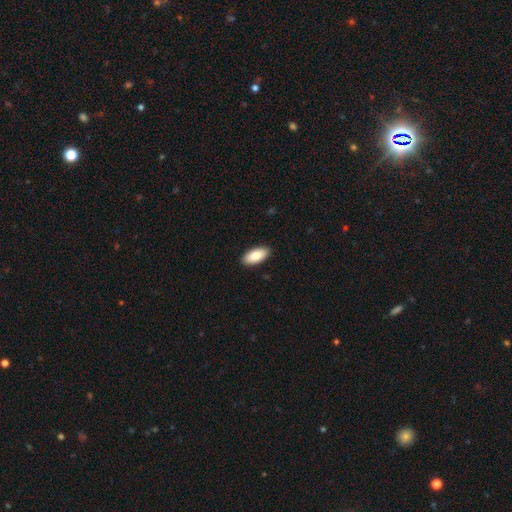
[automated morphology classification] A smooth galaxy with no disk features (85%) that is in between round and cigar-shaped (92%). Merging: none (91%).